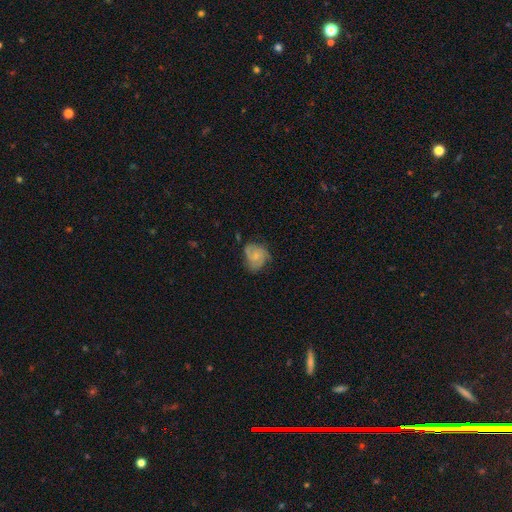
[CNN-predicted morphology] Q: Smooth or featured?
A: featured or disk (58%); runner-up: smooth (34%)
Q: Edge-on disk?
A: no (98%); runner-up: yes (2%)
Q: Bar?
A: no (74%); runner-up: weak (23%)
Q: Spiral arms?
A: yes (87%); runner-up: no (13%)
Q: Bulge size?
A: small (60%); runner-up: moderate (27%)
Q: Merging?
A: none (54%); runner-up: minor disturbance (30%)